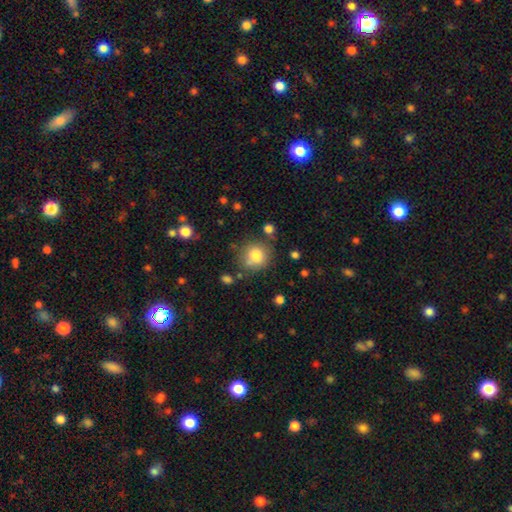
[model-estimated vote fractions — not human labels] Smooth or featured?
  - smooth: 81% *
  - star or artifact: 10%
  - featured or disk: 9%
How rounded?
  - round: 88% *
  - in between: 11%
  - cigar-shaped: 1%
Merging?
  - none: 73% *
  - minor disturbance: 14%
  - merger: 7%
  - major disturbance: 5%